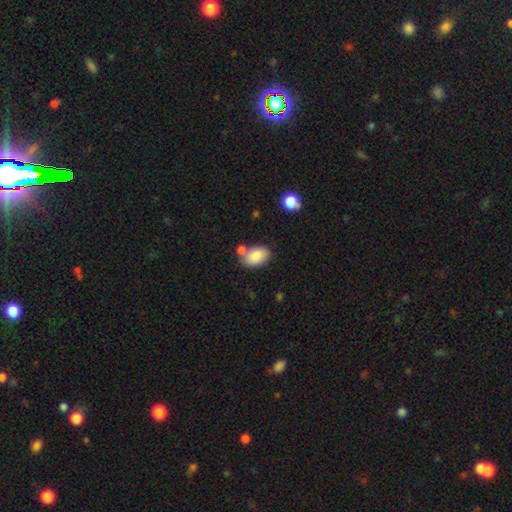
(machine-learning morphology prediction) smooth-or-featured: smooth: 84% | featured or disk: 8% | star or artifact: 7%
  how-rounded: in between: 90% | round: 9% | cigar-shaped: 1%
  merging: none: 61% | merger: 19% | minor disturbance: 16% | major disturbance: 4%